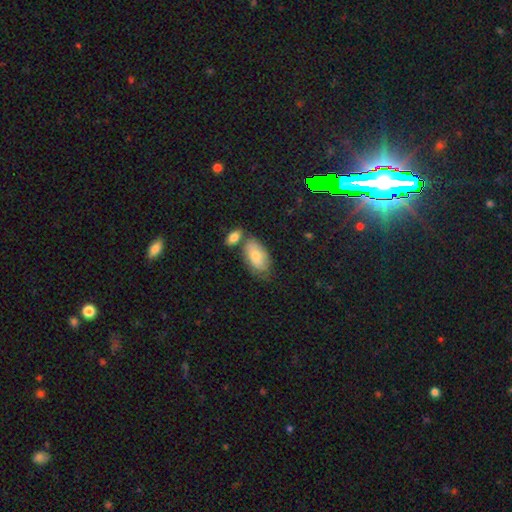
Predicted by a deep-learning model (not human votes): Smooth or featured? Predicted: smooth (p=0.73). How rounded? Predicted: in between (p=0.92). Merging? Predicted: none (p=0.57).